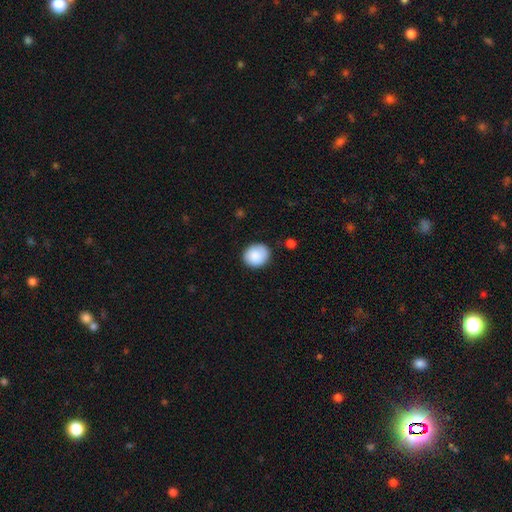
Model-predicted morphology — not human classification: Smooth or featured?
  - smooth: 87% *
  - star or artifact: 7%
  - featured or disk: 6%
How rounded?
  - round: 77% *
  - in between: 22%
  - cigar-shaped: 1%
Merging?
  - none: 83% *
  - minor disturbance: 12%
  - major disturbance: 3%
  - merger: 2%